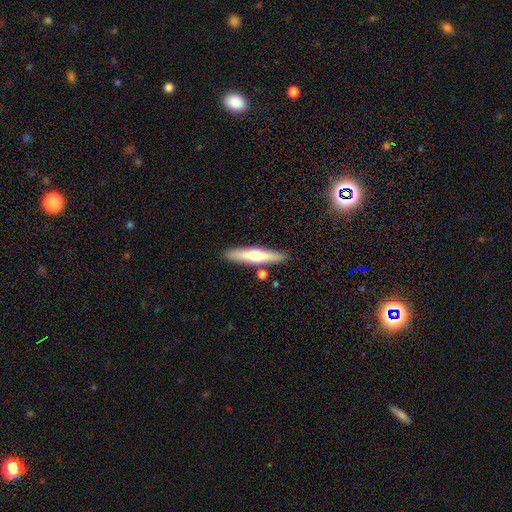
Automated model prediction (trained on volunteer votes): Smooth or featured?
  - smooth: 54% *
  - featured or disk: 40%
  - star or artifact: 5%
How rounded?
  - cigar-shaped: 87% *
  - in between: 11%
  - round: 2%
Merging?
  - none: 84% *
  - minor disturbance: 9%
  - merger: 5%
  - major disturbance: 2%